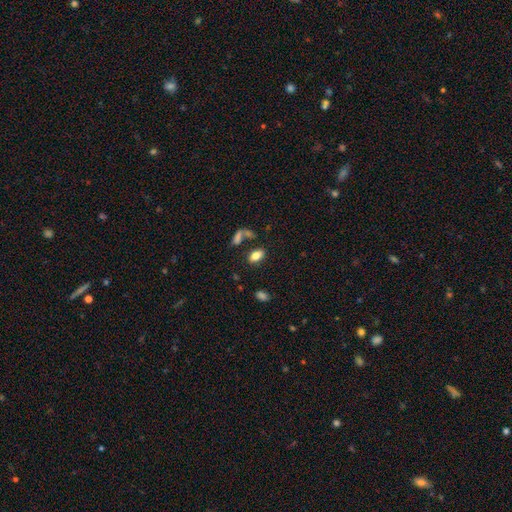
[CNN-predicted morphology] Overall: smooth (81%). How rounded: in between (90%). Merging: none (71%).